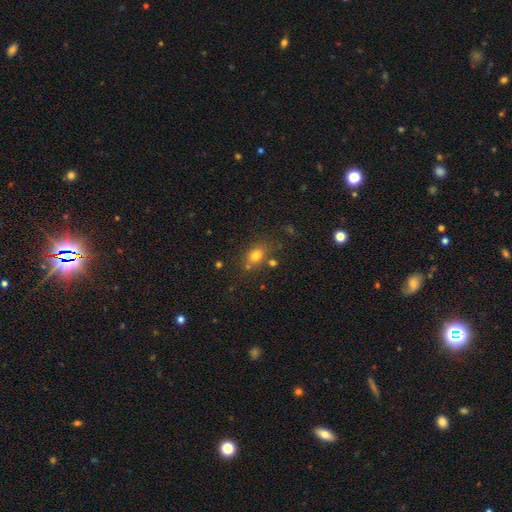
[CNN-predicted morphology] Smooth or featured?
  - smooth: 77% *
  - star or artifact: 13%
  - featured or disk: 11%
How rounded?
  - in between: 69% *
  - round: 29%
  - cigar-shaped: 2%
Merging?
  - none: 66% *
  - minor disturbance: 17%
  - merger: 12%
  - major disturbance: 6%